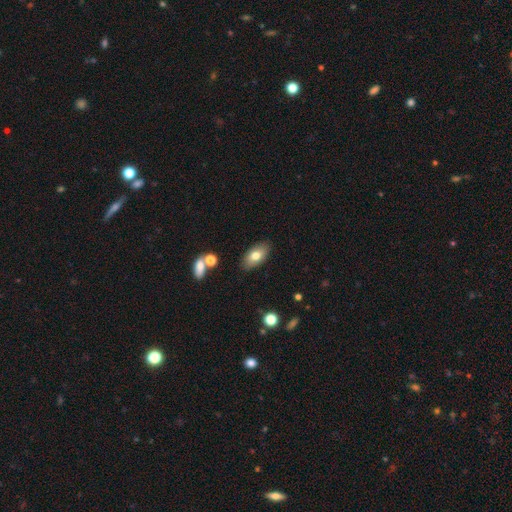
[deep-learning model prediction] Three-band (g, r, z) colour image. It shows a smooth galaxy with no disk features (74%) that is in between round and cigar-shaped (91%). Merging: none (84%).